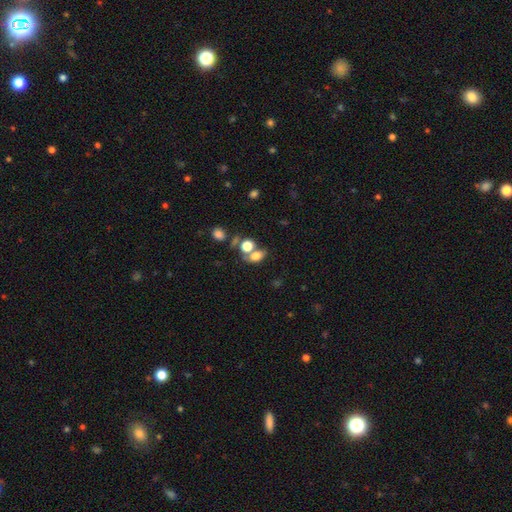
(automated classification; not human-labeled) Smooth or featured? smooth (72%)
How rounded? in between (65%)
Merging? none (43%)